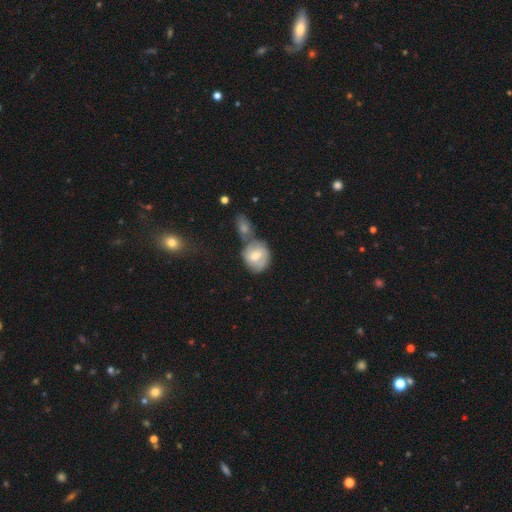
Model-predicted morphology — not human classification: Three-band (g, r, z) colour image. It shows a smooth galaxy with no disk features (61%) that is round (66%). Merging: merger (46%).